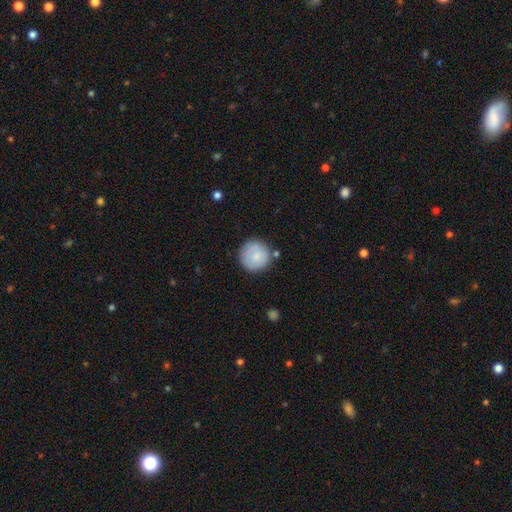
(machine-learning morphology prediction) The model was most divided on "merging": none: 79%, minor disturbance: 13%, merger: 4%, major disturbance: 4%. More confident: how rounded — round (95%); smooth or featured — smooth (80%).